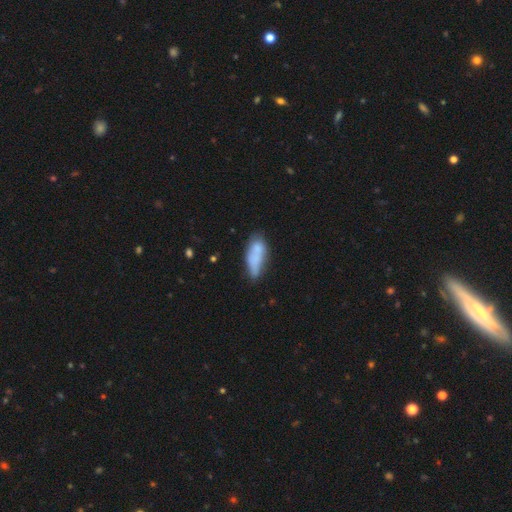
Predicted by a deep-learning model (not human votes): A smooth galaxy with no disk features (73%) that is in between round and cigar-shaped (69%). Merging: none (45%).